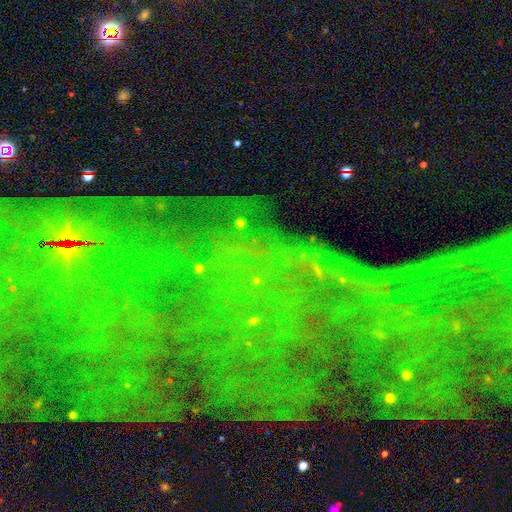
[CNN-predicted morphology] Smooth or featured?
  - star or artifact: 78% *
  - featured or disk: 13%
  - smooth: 9%